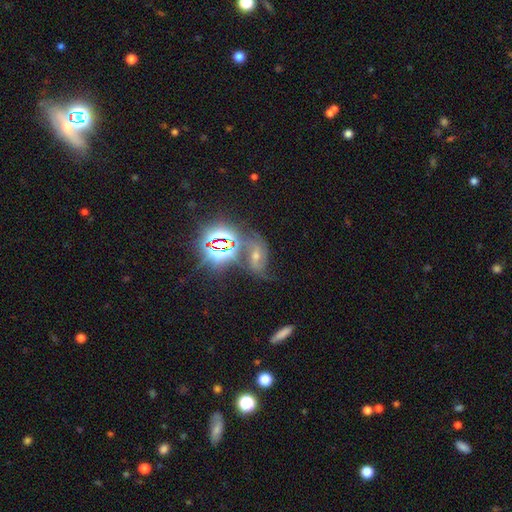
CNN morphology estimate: Overall: featured or disk (46%; star or artifact 41%). Merging: none (56%; minor disturbance 19%).